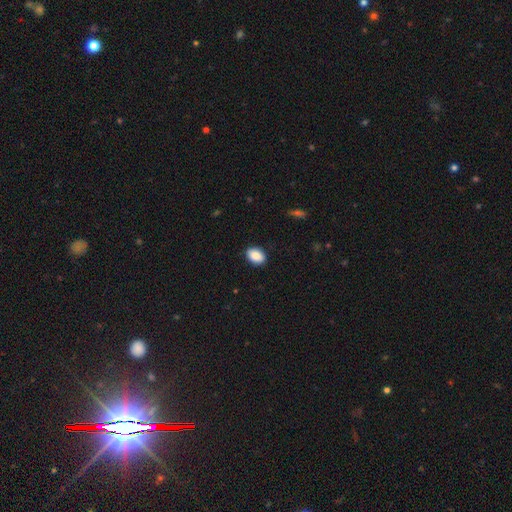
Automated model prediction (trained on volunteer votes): This appears to be a smooth galaxy with no disk features (89%) that is in between round and cigar-shaped (83%). Merging: none (88%).